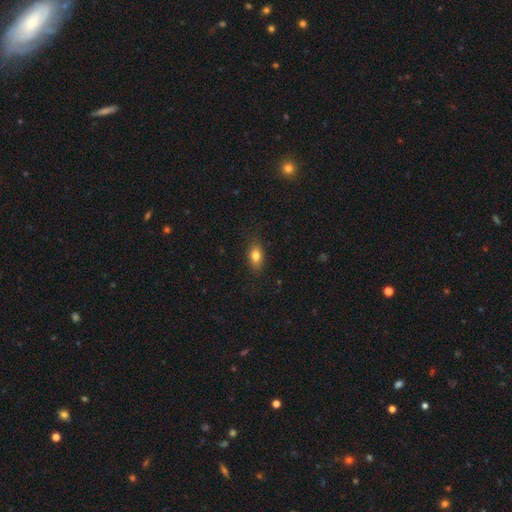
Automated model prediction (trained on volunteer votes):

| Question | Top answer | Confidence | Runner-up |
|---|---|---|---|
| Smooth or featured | smooth | 79% | featured or disk (11%) |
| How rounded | in between | 82% | round (11%) |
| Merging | none | 84% | minor disturbance (12%) |